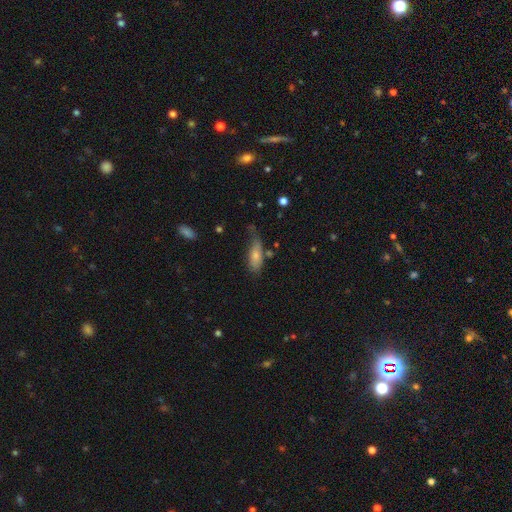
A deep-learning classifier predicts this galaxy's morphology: smooth-or-featured: smooth: 72% | featured or disk: 20% | star or artifact: 7%
  how-rounded: in between: 71% | cigar-shaped: 26% | round: 3%
  merging: none: 43% | minor disturbance: 35% | major disturbance: 15% | merger: 7%